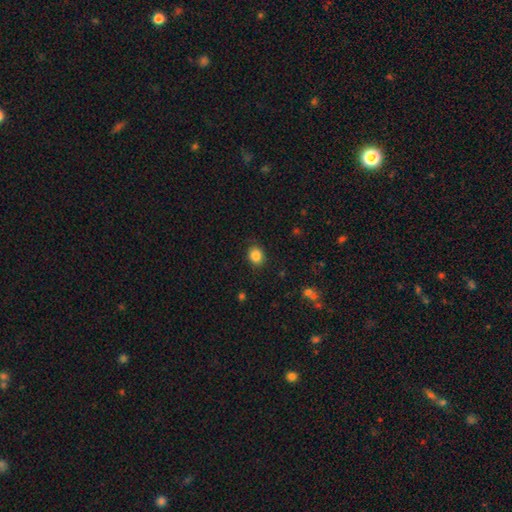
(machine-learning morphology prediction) smooth 86%, star or artifact 10%, featured or disk 4%. Down the decision tree: how rounded — round (69%); merging — none (87%).